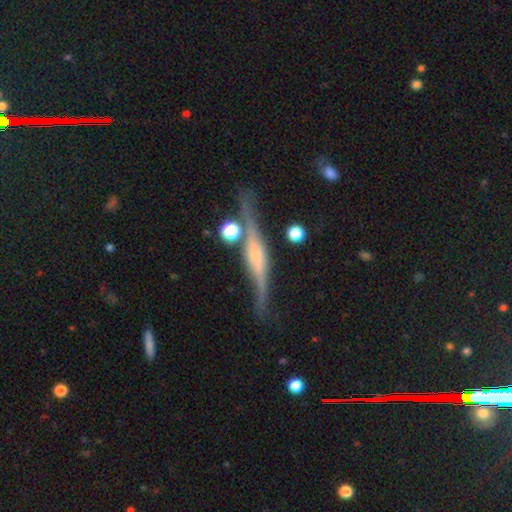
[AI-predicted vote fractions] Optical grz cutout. It shows a featured or disk galaxy (80%) viewed edge-on (96%) with a rounded central bulge (51%). Merging: none (78%).